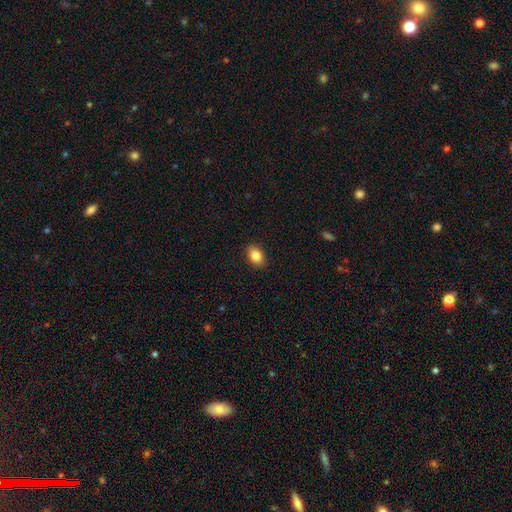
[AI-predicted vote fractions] Overall: smooth (85%). How rounded: in between (79%). Merging: none (90%).